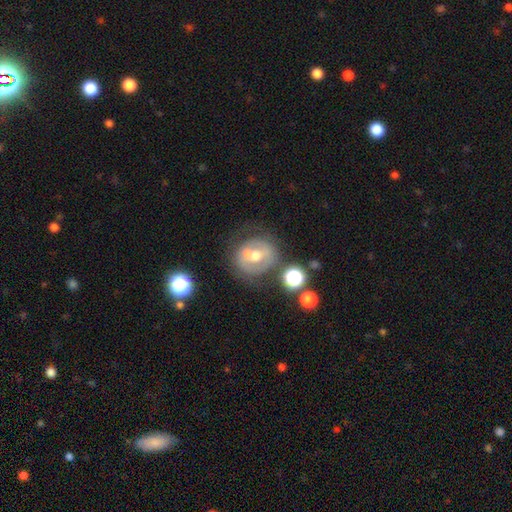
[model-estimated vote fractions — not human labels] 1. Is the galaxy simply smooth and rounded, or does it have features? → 61% featured or disk, 28% smooth, 11% star or artifact.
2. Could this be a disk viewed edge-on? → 95% no, 5% yes.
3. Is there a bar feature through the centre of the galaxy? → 36% weak, 32% no, 32% strong.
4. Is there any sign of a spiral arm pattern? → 62% no, 38% yes.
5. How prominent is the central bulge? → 66% moderate, 25% small, 6% large, 2% none, 1% dominant.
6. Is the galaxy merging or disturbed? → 58% none, 17% minor disturbance, 15% merger, 10% major disturbance.